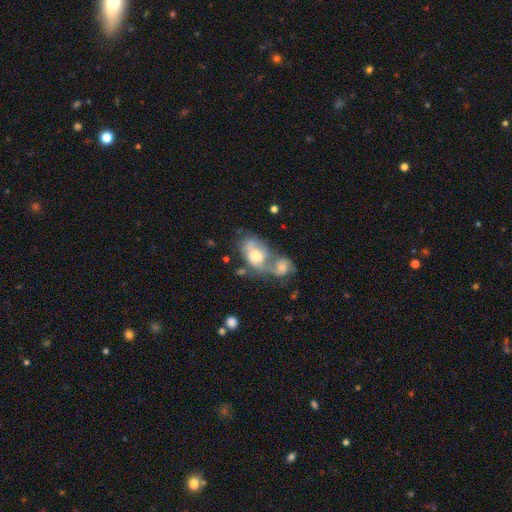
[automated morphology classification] Overall: featured or disk (50%; smooth 42%). Merging: merger (71%).